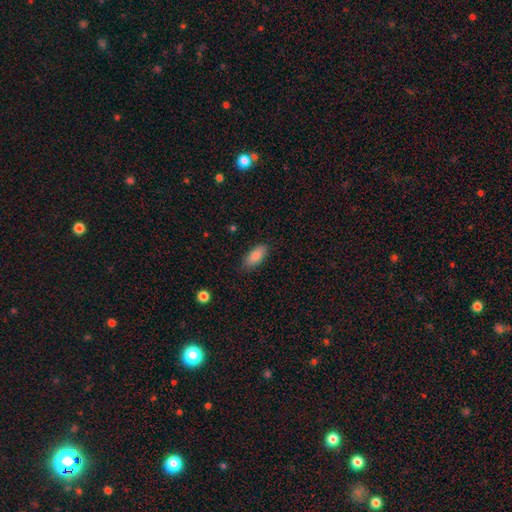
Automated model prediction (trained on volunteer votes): Q: Smooth or featured?
A: smooth (88%); runner-up: star or artifact (7%)
Q: How rounded?
A: in between (88%); runner-up: cigar-shaped (10%)
Q: Merging?
A: none (83%); runner-up: minor disturbance (13%)